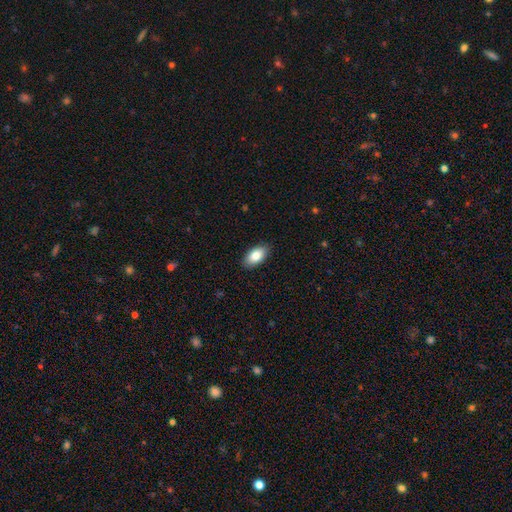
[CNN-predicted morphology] Overall: smooth (84%). How rounded: in between (94%). Merging: none (88%).